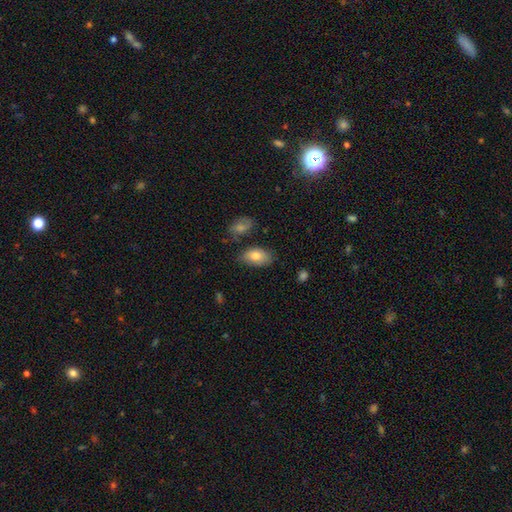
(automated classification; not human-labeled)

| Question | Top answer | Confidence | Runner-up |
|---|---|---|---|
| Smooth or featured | smooth | 80% | featured or disk (13%) |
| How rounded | in between | 93% | round (5%) |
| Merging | none | 70% | minor disturbance (21%) |